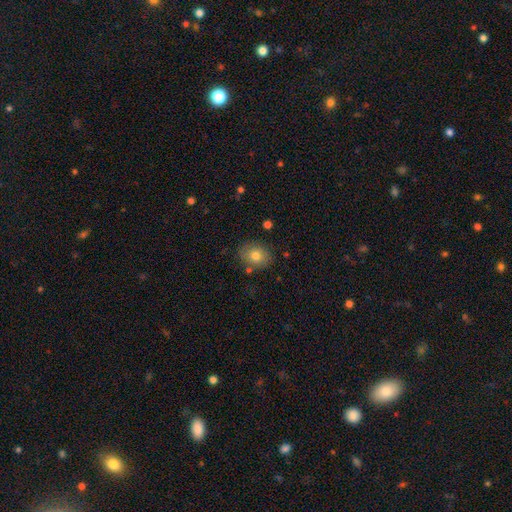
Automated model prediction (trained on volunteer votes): Smooth or featured?
  - smooth: 77% *
  - featured or disk: 13%
  - star or artifact: 9%
How rounded?
  - in between: 51% *
  - round: 48%
  - cigar-shaped: 1%
Merging?
  - none: 82% *
  - minor disturbance: 12%
  - merger: 4%
  - major disturbance: 3%